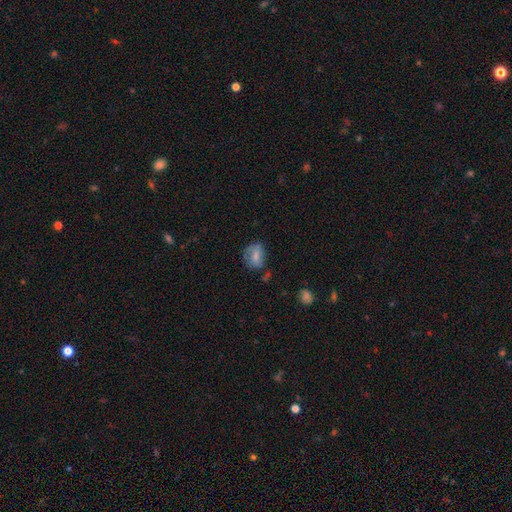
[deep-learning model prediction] This is likely a smooth galaxy (63%). How rounded: likely in between (60%). Merging: possibly none (56%).